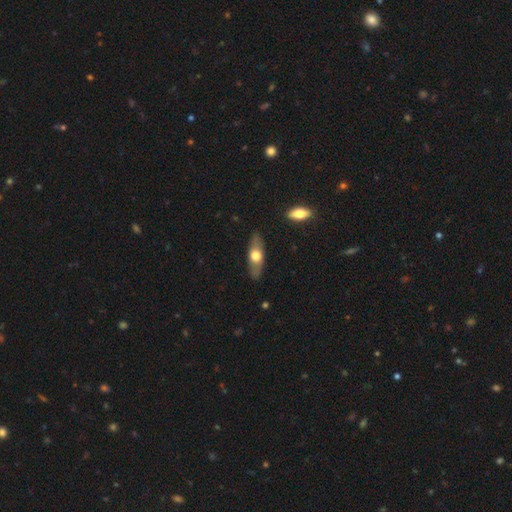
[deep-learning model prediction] This is possibly a smooth galaxy (51%). How rounded: possibly in between (60%). Merging: clearly none (83%).